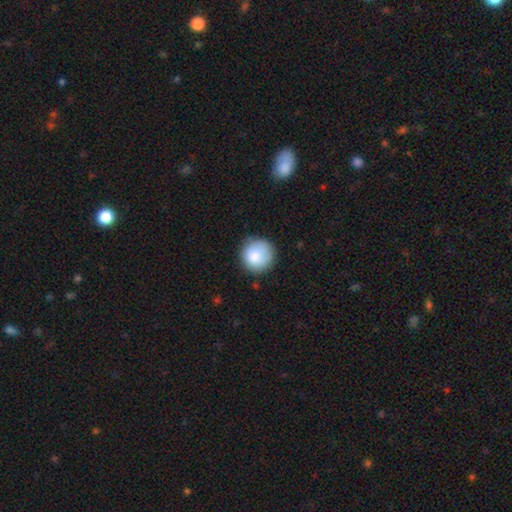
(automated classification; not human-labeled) smooth 85%, star or artifact 7%, featured or disk 7%. Down the decision tree: how rounded — round (94%); merging — none (81%).